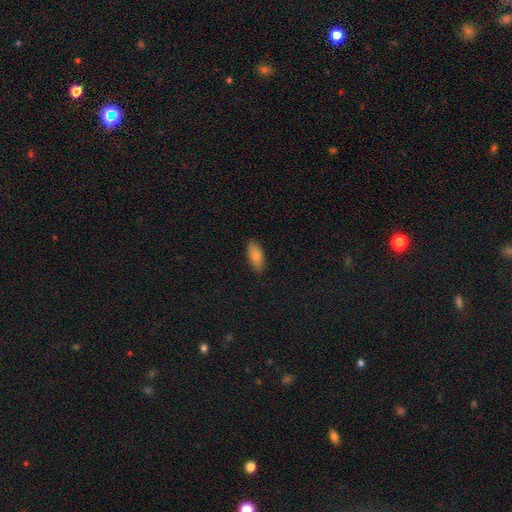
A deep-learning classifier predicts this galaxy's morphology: Smooth or featured? smooth (75%)
How rounded? in between (86%)
Merging? none (87%)